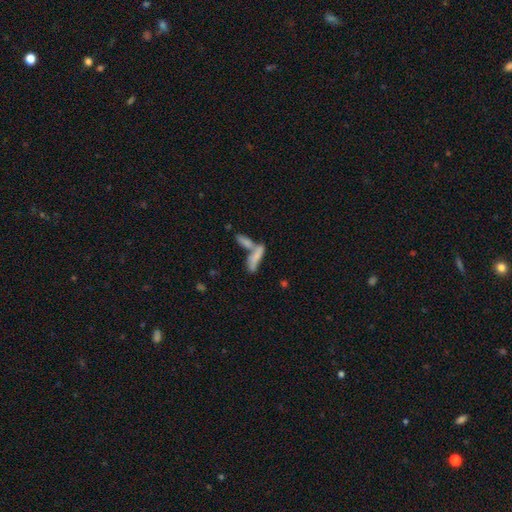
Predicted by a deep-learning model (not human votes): Overall: smooth (69%). How rounded: cigar-shaped (61%; in between 37%). Merging: merger (57%; none 29%).